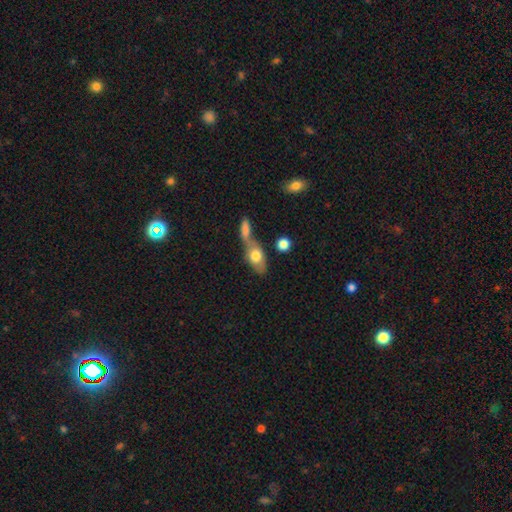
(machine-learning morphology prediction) Q: Smooth or featured?
A: smooth (70%); runner-up: featured or disk (23%)
Q: How rounded?
A: in between (80%); runner-up: round (11%)
Q: Merging?
A: merger (46%); runner-up: none (36%)